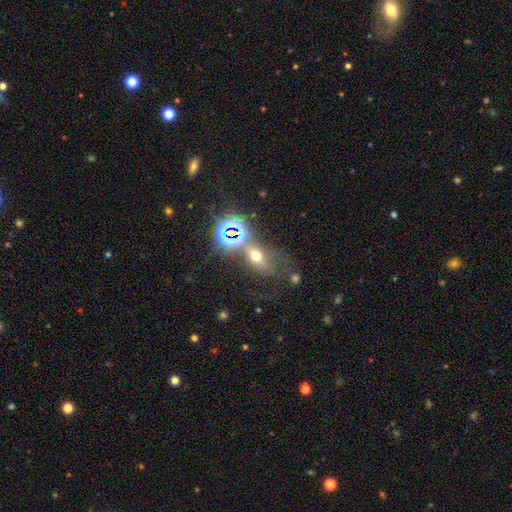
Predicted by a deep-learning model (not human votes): The model was most divided on "smooth or featured": smooth: 50%, star or artifact: 34%, featured or disk: 17%. Remaining: merging — none (45%).